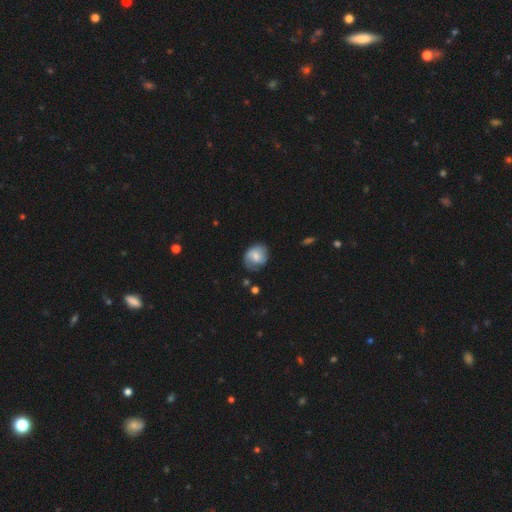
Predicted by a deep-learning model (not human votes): Q: Smooth or featured?
A: smooth (54%); runner-up: featured or disk (38%)
Q: How rounded?
A: round (63%); runner-up: in between (36%)
Q: Merging?
A: none (60%); runner-up: minor disturbance (27%)